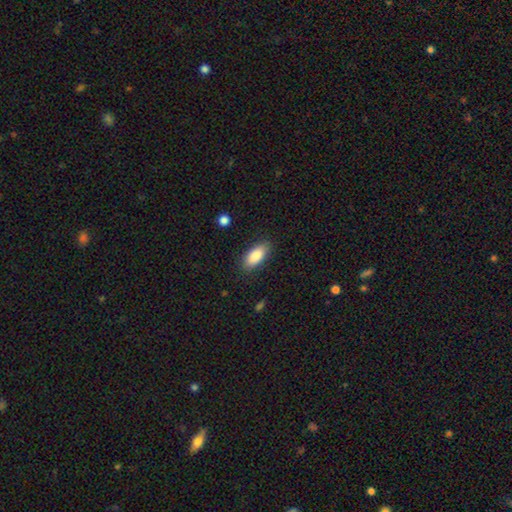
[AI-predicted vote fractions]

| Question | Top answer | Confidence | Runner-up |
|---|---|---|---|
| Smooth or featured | smooth | 87% | star or artifact (6%) |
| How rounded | in between | 87% | cigar-shaped (10%) |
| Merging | none | 86% | minor disturbance (10%) |